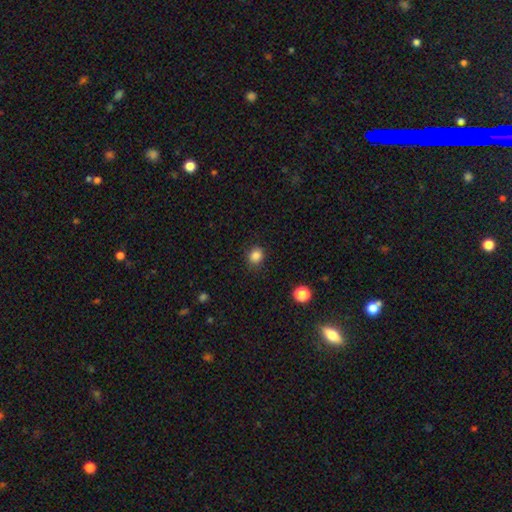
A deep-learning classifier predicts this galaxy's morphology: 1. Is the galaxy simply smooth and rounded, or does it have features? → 85% smooth, 11% star or artifact, 4% featured or disk.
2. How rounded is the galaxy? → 75% round, 24% in between, 1% cigar-shaped.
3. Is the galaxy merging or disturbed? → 88% none, 8% minor disturbance, 3% major disturbance, 1% merger.